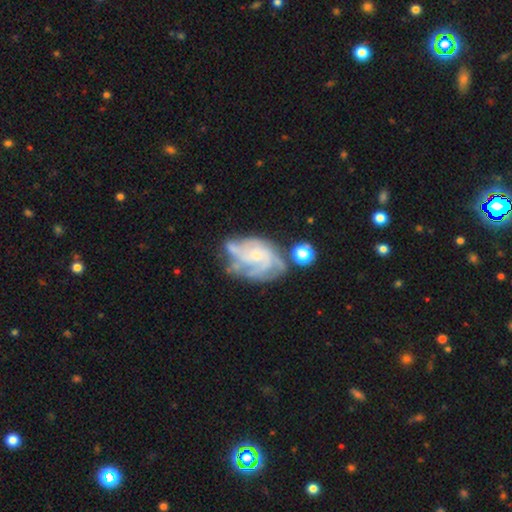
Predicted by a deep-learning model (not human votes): Overall: featured or disk (82%). Edge-on disk: no (97%). Bar: no (68%). Spiral arms: yes (92%). Spiral arm count: can't tell (28%; 3 27%). Spiral winding: tight (48%; medium 40%). Bulge size: small (71%). Merging: none (50%; minor disturbance 24%).